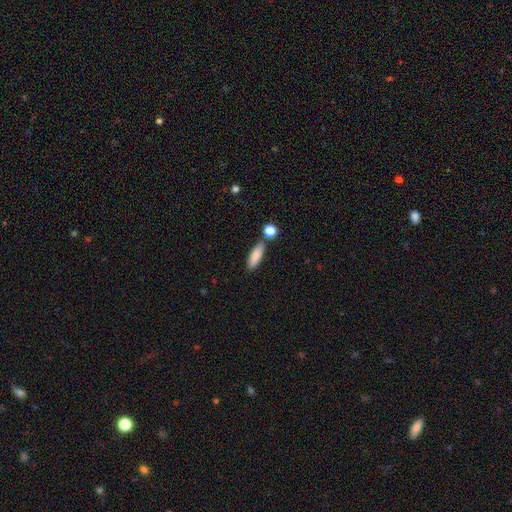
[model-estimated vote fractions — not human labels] smooth-or-featured: smooth: 85% | featured or disk: 9% | star or artifact: 7%
  how-rounded: in between: 55% | cigar-shaped: 42% | round: 3%
  merging: none: 78% | minor disturbance: 11% | merger: 8% | major disturbance: 3%